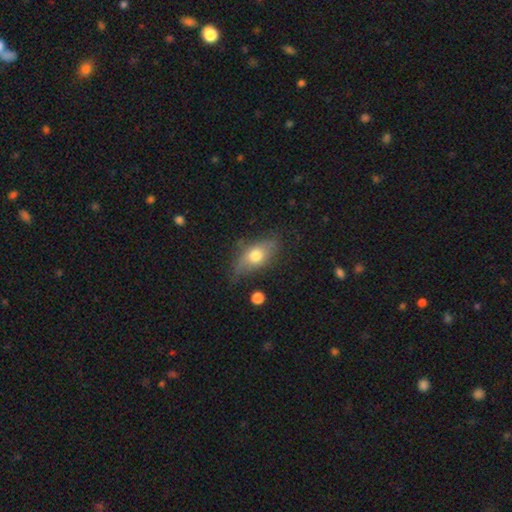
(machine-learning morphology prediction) smooth-or-featured: smooth: 64% | featured or disk: 28% | star or artifact: 8%
  how-rounded: in between: 80% | cigar-shaped: 11% | round: 9%
  merging: none: 61% | minor disturbance: 27% | major disturbance: 9% | merger: 3%